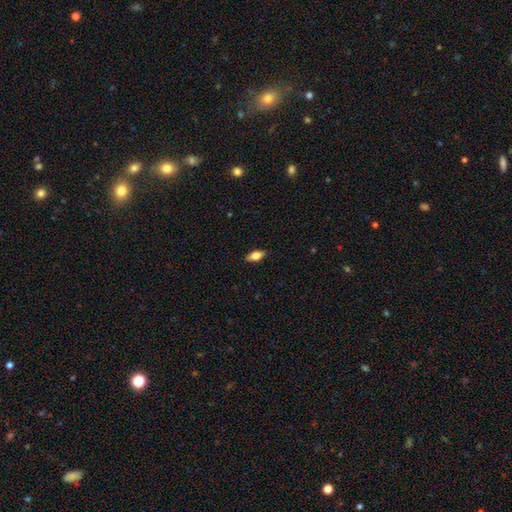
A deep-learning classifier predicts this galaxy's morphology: Smooth or featured? Predicted: smooth (p=0.67). How rounded? Predicted: in between (p=0.82). Merging? Predicted: none (p=0.89).